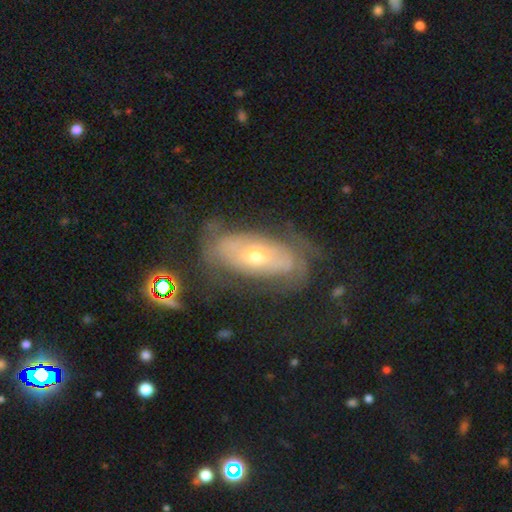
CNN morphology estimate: This is likely a featured or disk galaxy (69%). It is clearly not viewed edge-on (86%). Bar: likely no (77%). Spiral arm pattern: likely yes (66%). Central bulge: possibly moderate (49%). Merging: possibly none (58%).